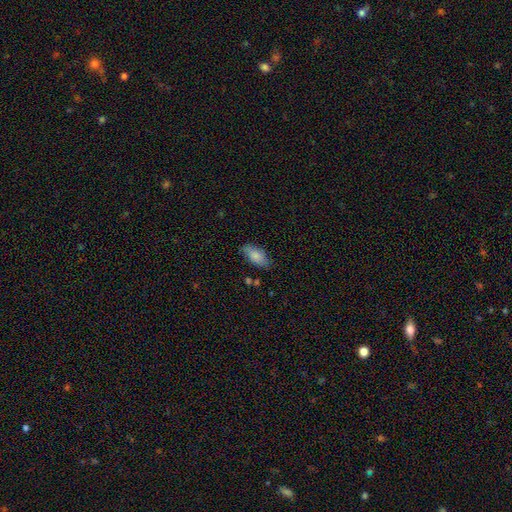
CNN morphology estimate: This appears to be a smooth galaxy with no disk features (81%) that is in between round and cigar-shaped (90%). Merging: none (75%).